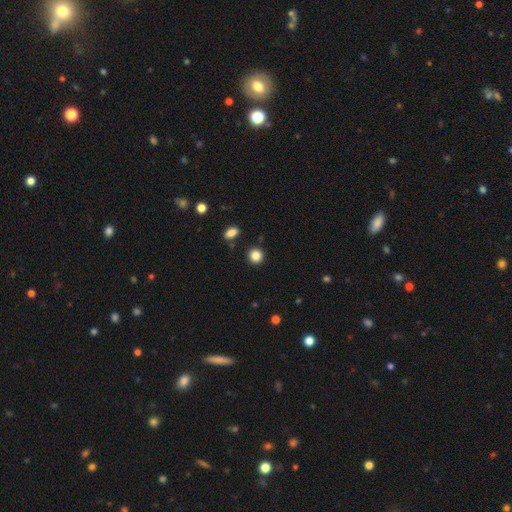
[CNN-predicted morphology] Overall: smooth (86%). How rounded: round (90%). Merging: none (89%).